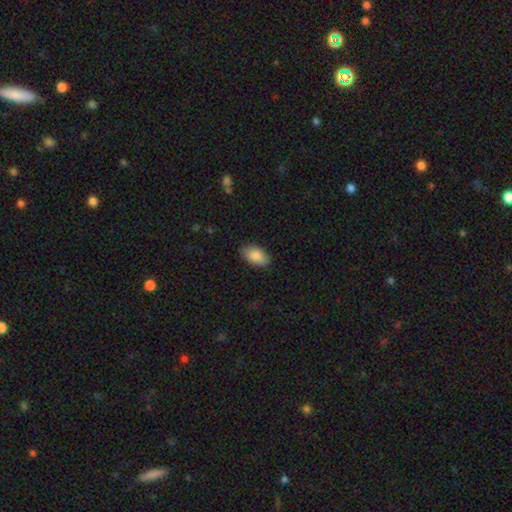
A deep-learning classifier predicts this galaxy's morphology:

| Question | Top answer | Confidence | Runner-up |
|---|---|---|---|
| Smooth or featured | smooth | 87% | featured or disk (7%) |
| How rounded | in between | 94% | round (5%) |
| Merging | none | 84% | minor disturbance (13%) |